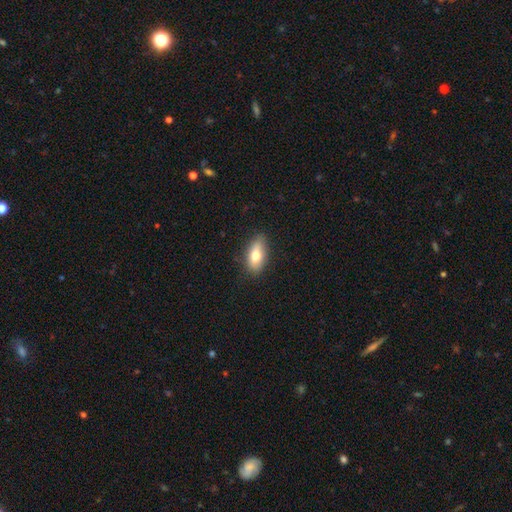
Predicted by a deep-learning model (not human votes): Morphology: type=smooth (75%); roundness=in between (85%); merging=none (79%).